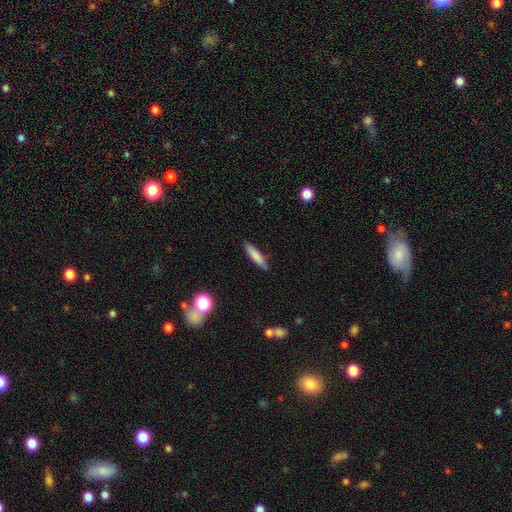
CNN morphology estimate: Smooth or featured?
  - smooth: 80% *
  - featured or disk: 13%
  - star or artifact: 7%
How rounded?
  - cigar-shaped: 81% *
  - in between: 17%
  - round: 2%
Merging?
  - none: 86% *
  - minor disturbance: 10%
  - major disturbance: 2%
  - merger: 1%